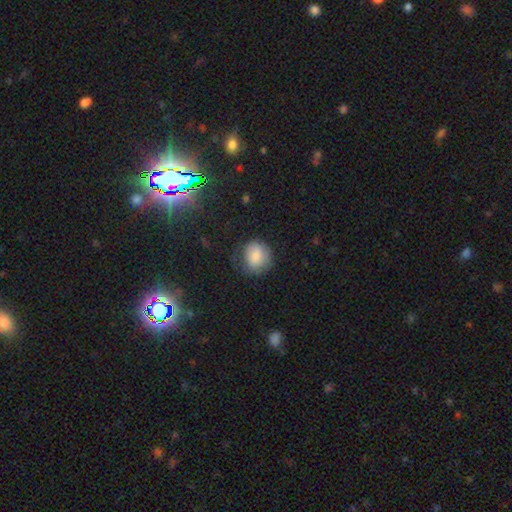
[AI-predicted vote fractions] Smooth or featured? Predicted: smooth (p=0.82). How rounded? Predicted: round (p=0.76). Merging? Predicted: none (p=0.58).